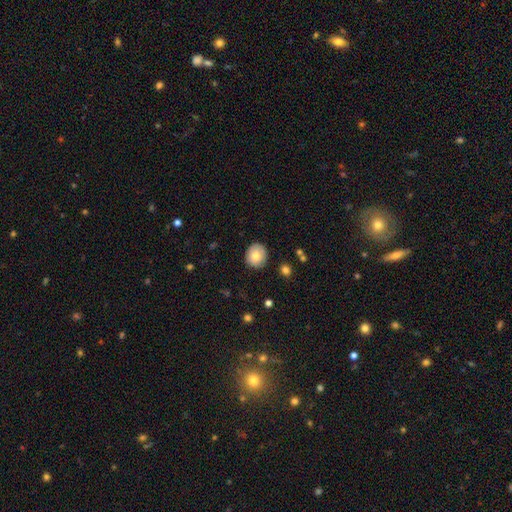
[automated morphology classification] A smooth galaxy with no disk features (77%) that is round (82%).

Vote fractions:
- Smooth or featured? smooth: 77% / featured or disk: 15% / star or artifact: 8%
- How rounded? round: 82% / in between: 17% / cigar-shaped: 1%
- Merging? none: 85% / minor disturbance: 11% / major disturbance: 2% / merger: 1%